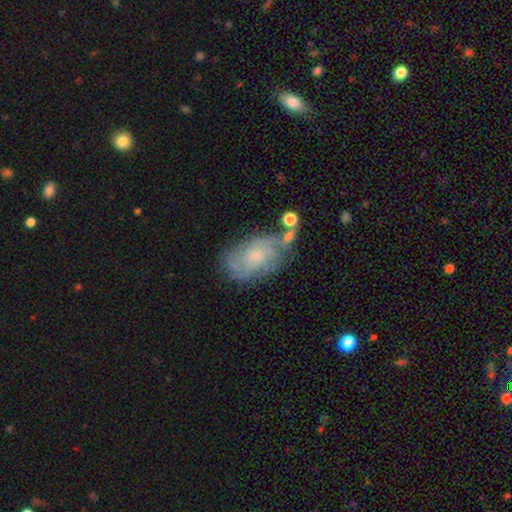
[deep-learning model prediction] Smooth or featured? featured or disk (63%)
Edge-on disk? no (96%)
Bar? no (73%)
Spiral arms? yes (80%)
Bulge size? small (63%)
Merging? none (51%)